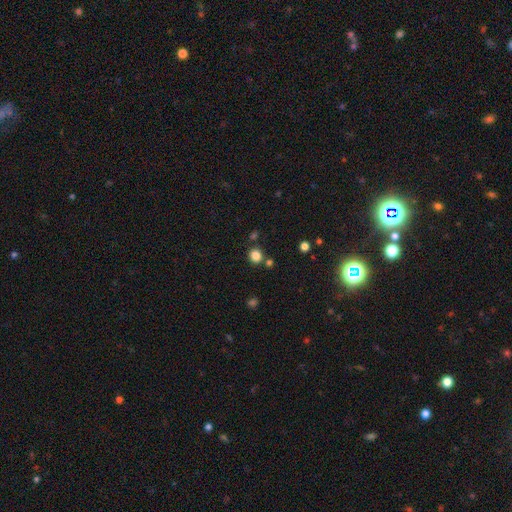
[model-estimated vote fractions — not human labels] A smooth galaxy with no disk features (83%) that is round (85%).

Vote fractions:
- Smooth or featured? smooth: 83% / star or artifact: 13% / featured or disk: 4%
- How rounded? round: 85% / in between: 14% / cigar-shaped: 1%
- Merging? none: 80% / merger: 9% / minor disturbance: 8% / major disturbance: 3%